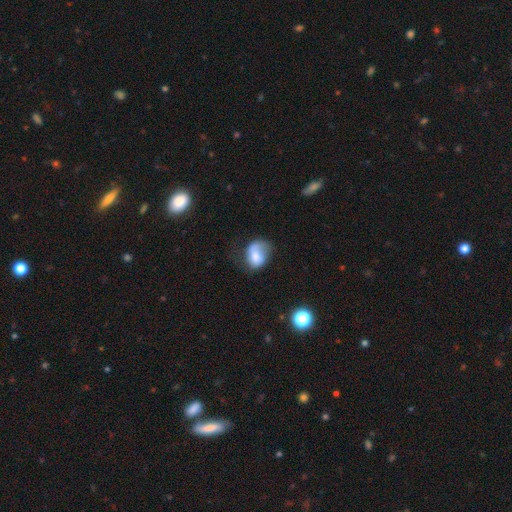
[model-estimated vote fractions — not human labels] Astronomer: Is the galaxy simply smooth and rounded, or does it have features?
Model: smooth — 64%.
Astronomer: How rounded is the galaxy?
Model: in between — 70%.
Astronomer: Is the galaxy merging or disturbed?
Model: none — 33% (runner-up: minor disturbance, 32%).